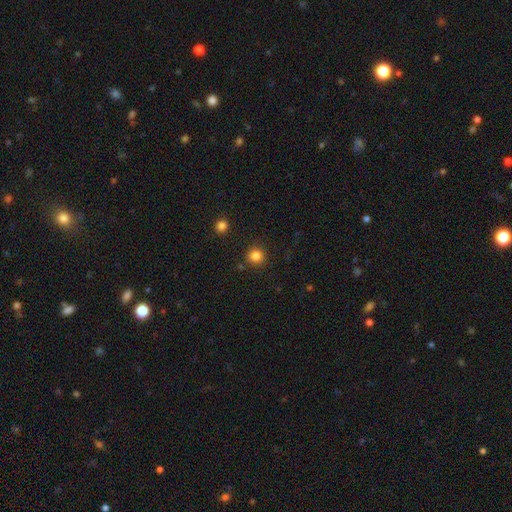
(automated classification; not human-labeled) Smooth or featured: smooth — 83% (star or artifact — 13%)
How rounded: round — 93% (in between — 6%)
Merging: none — 87% (minor disturbance — 7%)